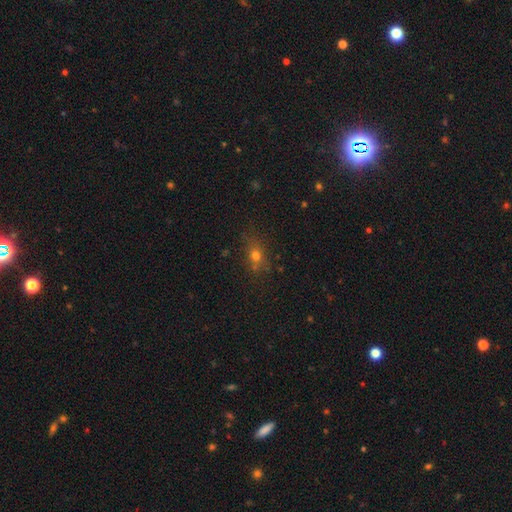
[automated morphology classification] Smooth or featured: smooth — 64% (star or artifact — 21%)
How rounded: in between — 50% (round — 44%)
Merging: none — 73% (minor disturbance — 17%)